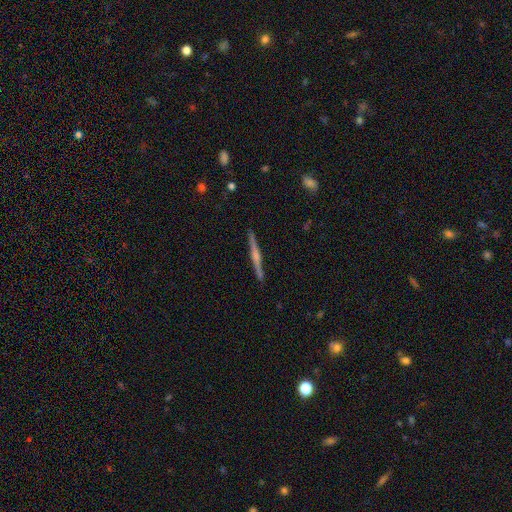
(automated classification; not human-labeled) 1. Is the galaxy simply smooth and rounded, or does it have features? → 63% featured or disk, 25% smooth, 13% star or artifact.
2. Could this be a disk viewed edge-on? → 94% yes, 6% no.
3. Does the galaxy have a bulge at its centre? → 70% rounded, 20% none, 10% boxy.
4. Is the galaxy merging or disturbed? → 87% none, 8% minor disturbance, 2% major disturbance, 2% merger.